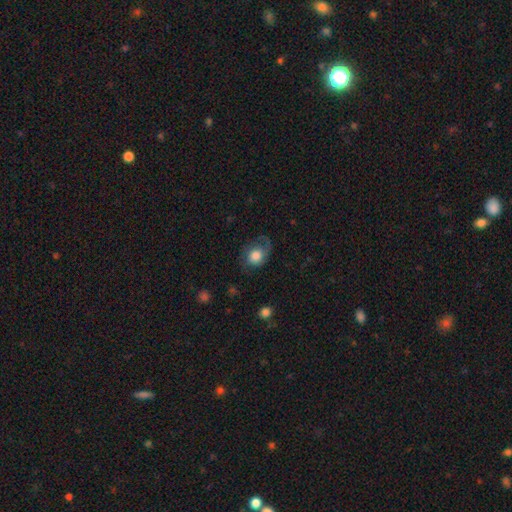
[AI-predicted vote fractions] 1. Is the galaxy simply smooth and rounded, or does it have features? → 58% smooth, 34% featured or disk, 8% star or artifact.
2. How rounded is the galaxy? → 54% round, 45% in between, 1% cigar-shaped.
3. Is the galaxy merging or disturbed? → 53% none, 24% minor disturbance, 21% major disturbance, 2% merger.